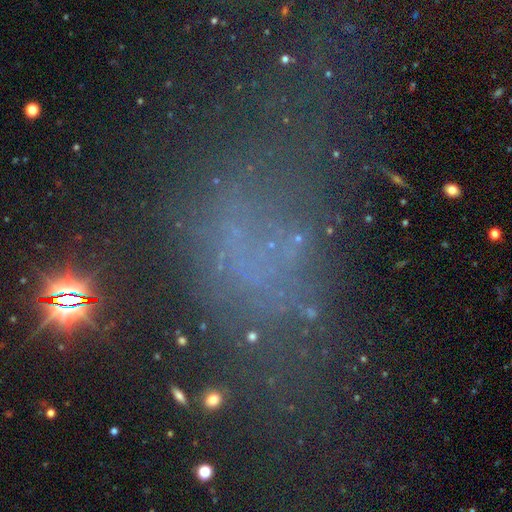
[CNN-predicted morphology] A star or artifact, not a galaxy (38%).

Vote fractions:
- Smooth or featured? star or artifact: 38% / smooth: 33% / featured or disk: 29%